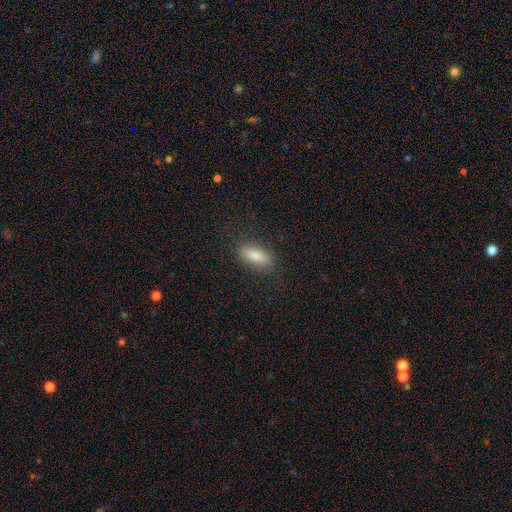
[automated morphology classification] This is clearly a smooth galaxy (81%). How rounded: likely in between (69%). Merging: clearly none (84%).